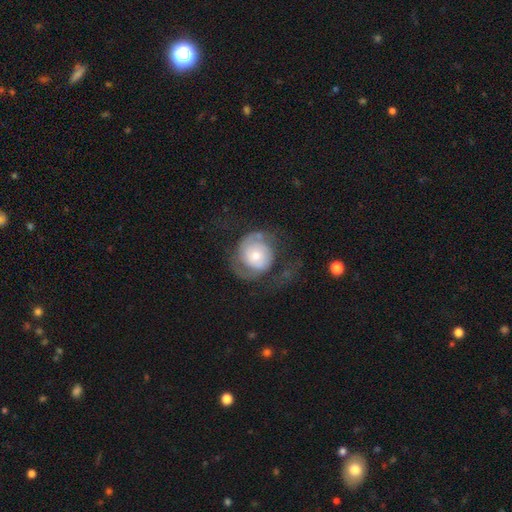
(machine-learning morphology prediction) A featured or disk galaxy (66%) with no bar (79%), 2 (61%) tight (38%) spiral arms (82%) and a small central bulge (52%).

Vote fractions:
- Smooth or featured? featured or disk: 66% / smooth: 28% / star or artifact: 6%
- Edge-on disk? no: 97% / yes: 3%
- Bar? no: 79% / weak: 17% / strong: 4%
- Spiral arms? yes: 82% / no: 18%
- Spiral winding? tight: 38% / medium: 36% / loose: 26%
- Spiral arm count? 2: 61% / can't tell: 16% / 1: 14% / 3: 5% / 4: 2% / more than 4: 2%
- Bulge size? small: 52% / moderate: 38% / large: 6% / dominant: 2% / none: 2%
- Merging? none: 41% / major disturbance: 38% / minor disturbance: 18% / merger: 3%